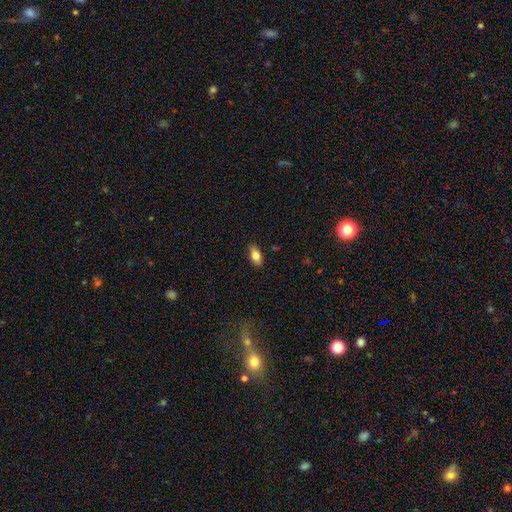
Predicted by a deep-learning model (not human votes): Overall: smooth (78%). How rounded: in between (87%). Merging: none (87%).